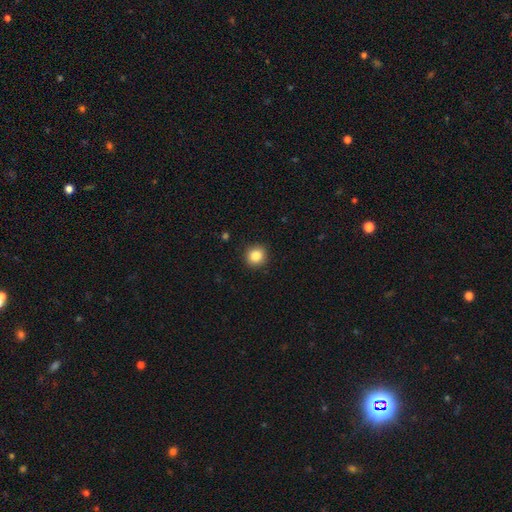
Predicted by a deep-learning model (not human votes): Smooth or featured? Predicted: smooth (p=0.85). How rounded? Predicted: round (p=0.92). Merging? Predicted: none (p=0.92).